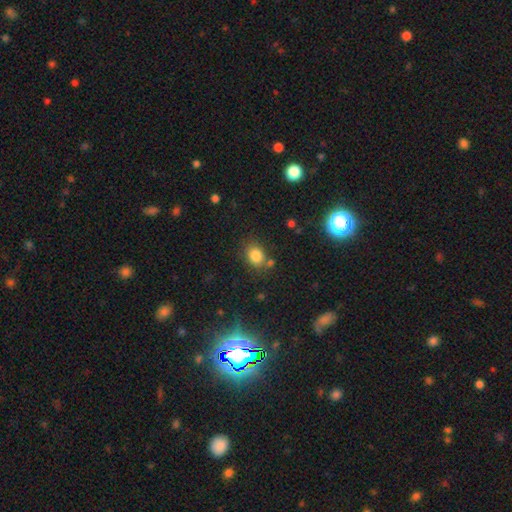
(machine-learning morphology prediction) smooth 81%, star or artifact 13%, featured or disk 7%. Down the decision tree: how rounded — round (51%); merging — none (71%).